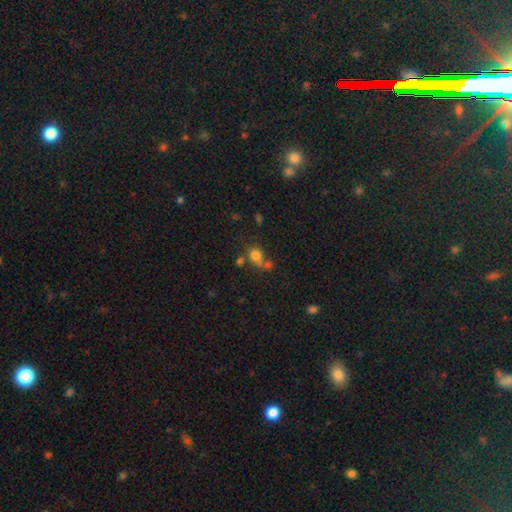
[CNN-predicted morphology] smooth_or_featured: smooth (p=0.73) [alt: star or artifact p=0.15]
how_rounded: round (p=0.70) [alt: in between p=0.29]
merging: none (p=0.40) [alt: merger p=0.39]